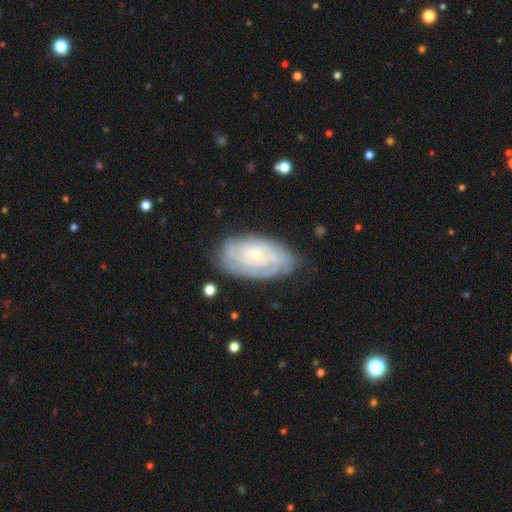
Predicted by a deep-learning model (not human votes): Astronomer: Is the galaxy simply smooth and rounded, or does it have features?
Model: featured or disk — 73%.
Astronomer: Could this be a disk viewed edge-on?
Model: no — 94%.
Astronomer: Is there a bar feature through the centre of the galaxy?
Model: no — 76%.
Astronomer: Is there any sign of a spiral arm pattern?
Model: yes — 88%.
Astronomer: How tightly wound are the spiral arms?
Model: tight — 73%.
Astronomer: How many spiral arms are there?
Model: can't tell — 52%.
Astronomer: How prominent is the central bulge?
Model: small — 67%.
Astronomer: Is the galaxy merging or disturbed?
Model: none — 73%.